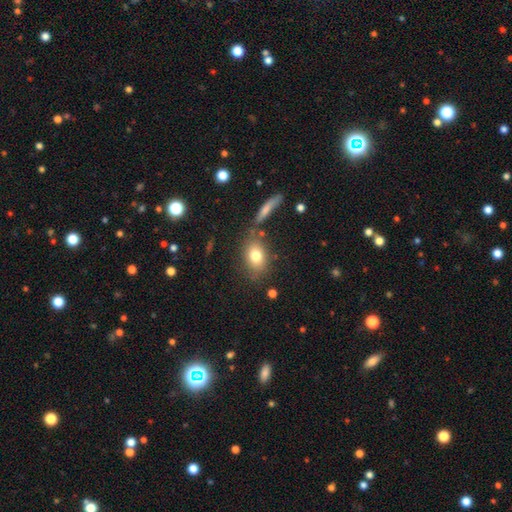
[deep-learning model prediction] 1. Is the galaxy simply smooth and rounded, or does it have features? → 78% smooth, 13% featured or disk, 9% star or artifact.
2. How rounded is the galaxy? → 73% in between, 24% round, 3% cigar-shaped.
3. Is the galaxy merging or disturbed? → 72% none, 13% minor disturbance, 9% merger, 5% major disturbance.